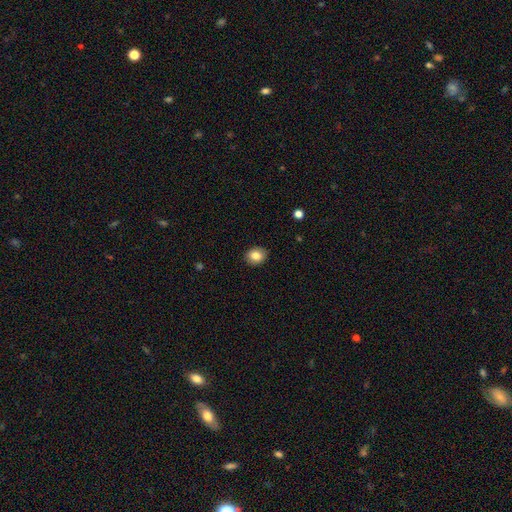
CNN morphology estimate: Smooth or featured: smooth — 83% (star or artifact — 9%)
How rounded: round — 55% (in between — 44%)
Merging: none — 89% (minor disturbance — 8%)